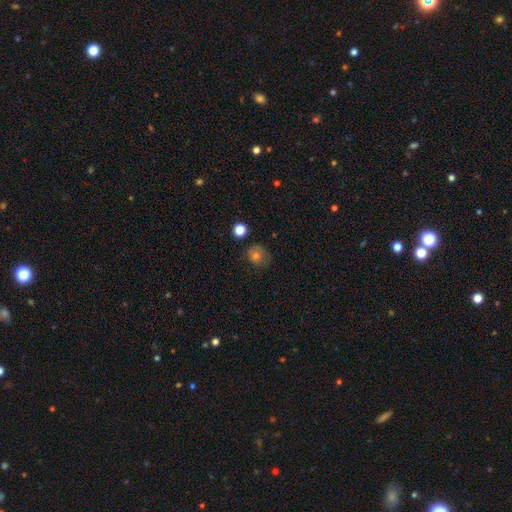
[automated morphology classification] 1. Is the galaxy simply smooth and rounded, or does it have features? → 72% smooth, 14% featured or disk, 14% star or artifact.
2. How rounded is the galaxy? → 79% round, 20% in between, 1% cigar-shaped.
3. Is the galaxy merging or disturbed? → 66% none, 22% minor disturbance, 9% major disturbance, 3% merger.